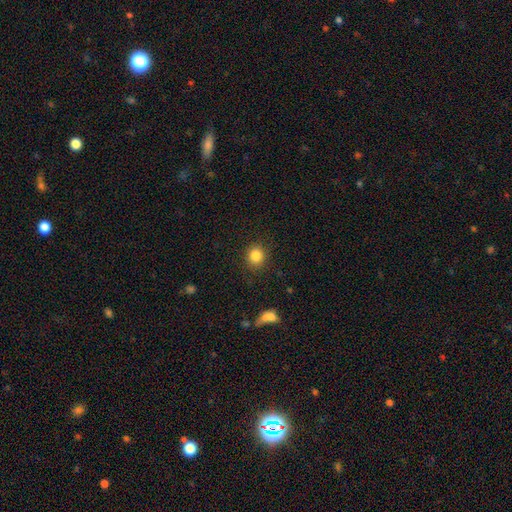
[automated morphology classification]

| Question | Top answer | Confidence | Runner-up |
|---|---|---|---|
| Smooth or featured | smooth | 85% | star or artifact (10%) |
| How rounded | round | 82% | in between (17%) |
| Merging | none | 88% | minor disturbance (8%) |